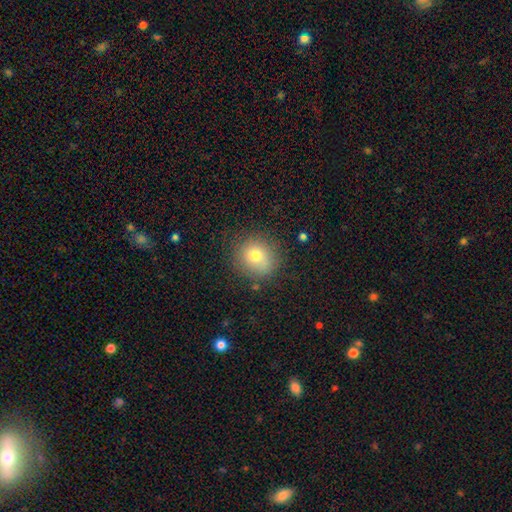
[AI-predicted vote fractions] This appears to be a smooth galaxy with no disk features (76%) that is round (84%). Merging: none (81%).